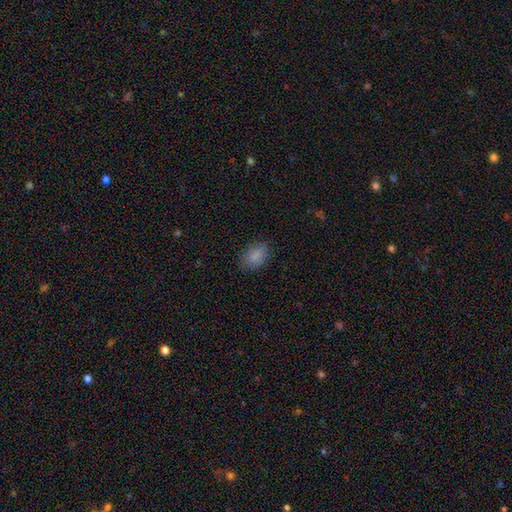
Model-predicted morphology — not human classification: smooth_or_featured: smooth (p=0.85) [alt: star or artifact p=0.09]
how_rounded: in between (p=0.84) [alt: round p=0.14]
merging: none (p=0.81) [alt: minor disturbance p=0.14]